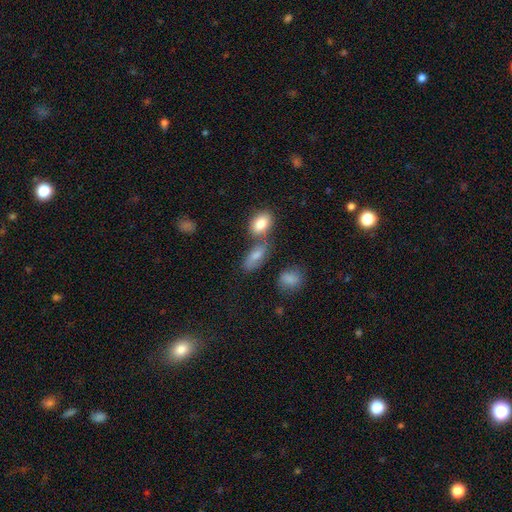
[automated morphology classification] smooth 71%, featured or disk 18%, star or artifact 11%. Down the decision tree: how rounded — in between (85%); merging — none (46%).